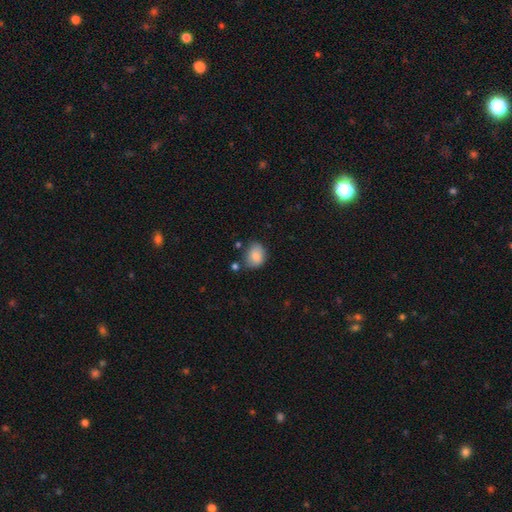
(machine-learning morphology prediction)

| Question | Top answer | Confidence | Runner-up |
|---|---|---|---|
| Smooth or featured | smooth | 83% | featured or disk (9%) |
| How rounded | in between | 56% | round (43%) |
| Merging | none | 64% | minor disturbance (25%) |